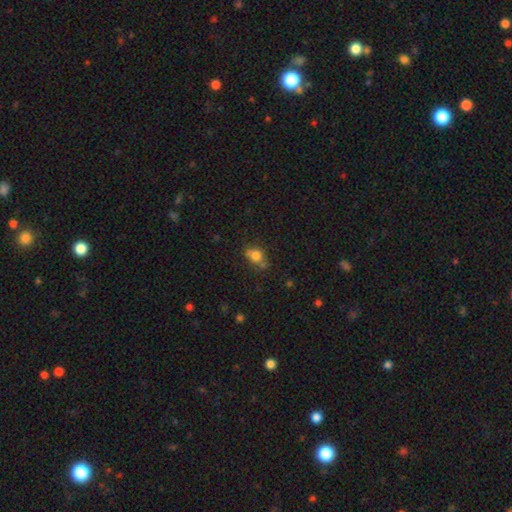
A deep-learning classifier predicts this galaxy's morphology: smooth-or-featured: smooth: 74% | featured or disk: 13% | star or artifact: 12%
  how-rounded: round: 49% (tied) | in between: 49% (tied) | cigar-shaped: 2%
  merging: none: 53% | minor disturbance: 23% | merger: 16% | major disturbance: 8%